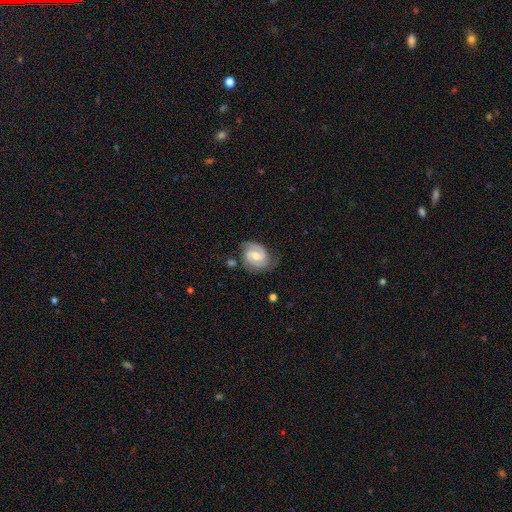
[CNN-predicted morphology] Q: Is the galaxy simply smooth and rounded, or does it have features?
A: featured or disk — 83%.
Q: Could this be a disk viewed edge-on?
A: no — 98%.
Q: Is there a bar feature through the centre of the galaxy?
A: weak — 54%.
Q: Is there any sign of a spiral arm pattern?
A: yes — 95%.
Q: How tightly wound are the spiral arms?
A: tight — 45%.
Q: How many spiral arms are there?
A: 2 — 86%.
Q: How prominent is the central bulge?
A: moderate — 66%.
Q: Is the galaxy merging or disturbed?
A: none — 70%.